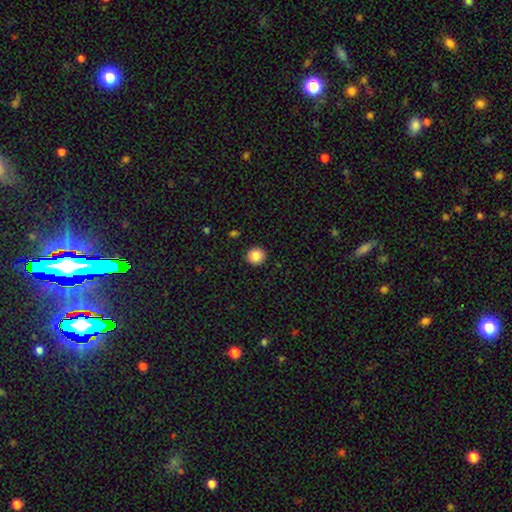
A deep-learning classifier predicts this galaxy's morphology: smooth_or_featured: smooth (p=0.86) [alt: star or artifact p=0.09]
how_rounded: round (p=0.92) [alt: in between p=0.07]
merging: none (p=0.92) [alt: minor disturbance p=0.05]